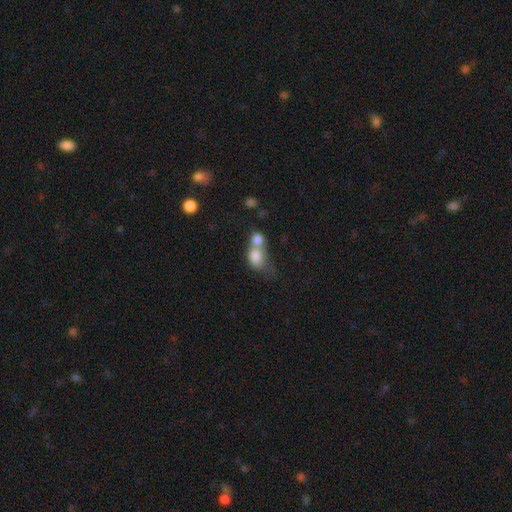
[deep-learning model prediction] This appears to be a smooth galaxy with no disk features (78%) that is in between round and cigar-shaped (51%). Merging: merger (72%).